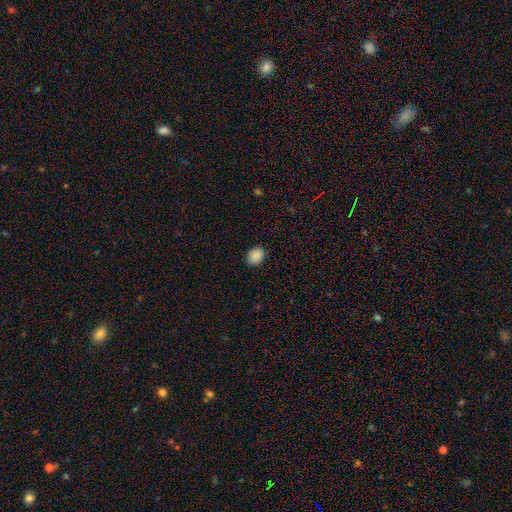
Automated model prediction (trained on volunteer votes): Morphology: type=smooth (88%); roundness=round (50%); merging=none (88%).